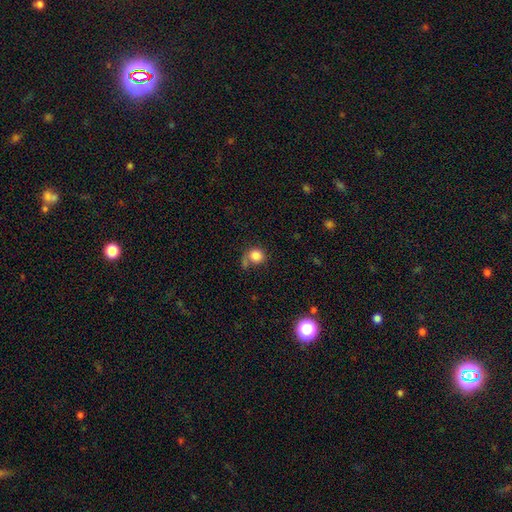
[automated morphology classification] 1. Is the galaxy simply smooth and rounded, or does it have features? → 83% smooth, 9% star or artifact, 8% featured or disk.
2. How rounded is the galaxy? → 82% round, 17% in between, 1% cigar-shaped.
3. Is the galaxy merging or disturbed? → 53% none, 17% minor disturbance, 17% merger, 12% major disturbance.